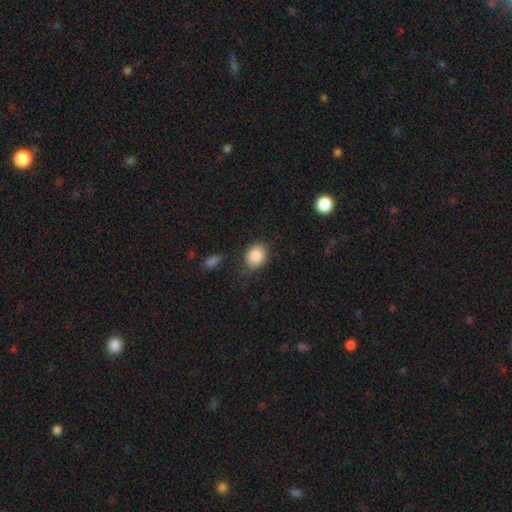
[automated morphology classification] The model was most divided on "how rounded": round: 56%, in between: 43%, cigar-shaped: 1%. More confident: smooth or featured — smooth (84%); merging — none (77%).